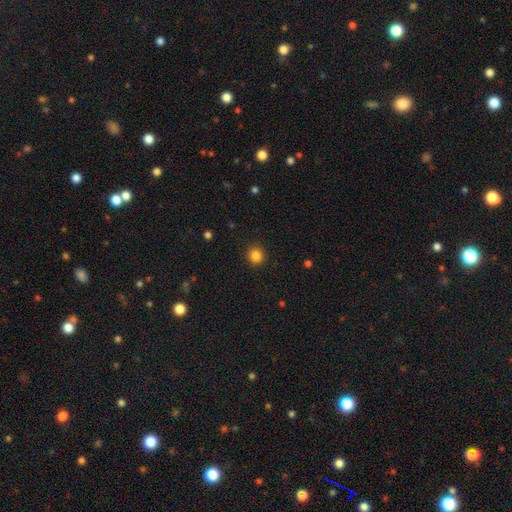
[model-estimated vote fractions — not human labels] A smooth galaxy with no disk features (85%) that is round (91%). Merging: none (91%).